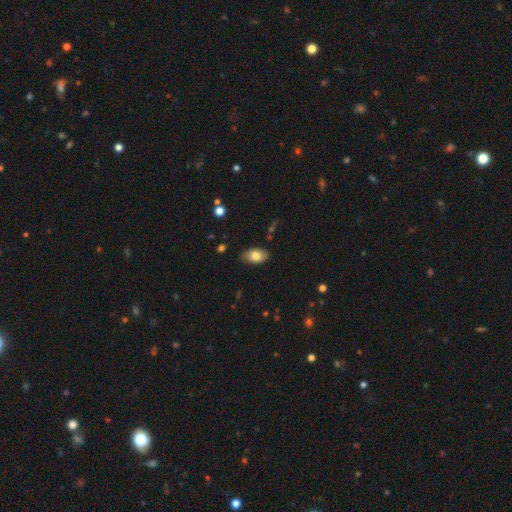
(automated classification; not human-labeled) Overall: smooth (81%). How rounded: in between (91%). Merging: none (80%).